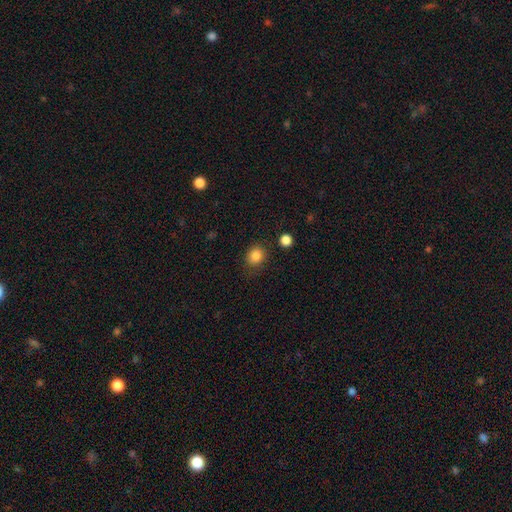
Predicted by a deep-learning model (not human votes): Q: Smooth or featured?
A: smooth (85%); runner-up: star or artifact (11%)
Q: How rounded?
A: round (67%); runner-up: in between (32%)
Q: Merging?
A: none (80%); runner-up: minor disturbance (13%)